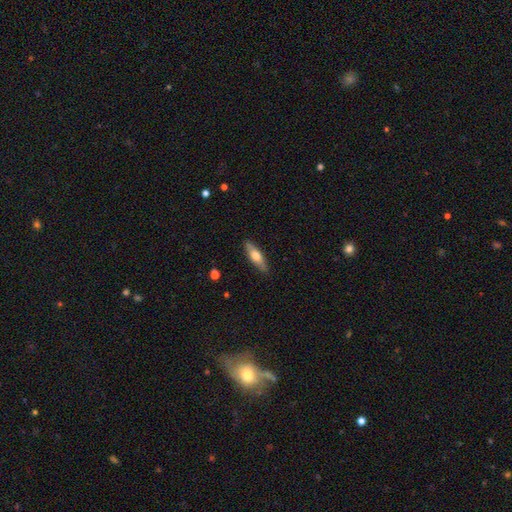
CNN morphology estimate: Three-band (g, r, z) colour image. It shows a smooth galaxy with no disk features (53%) that is cigar-shaped (61%). Merging: none (89%).